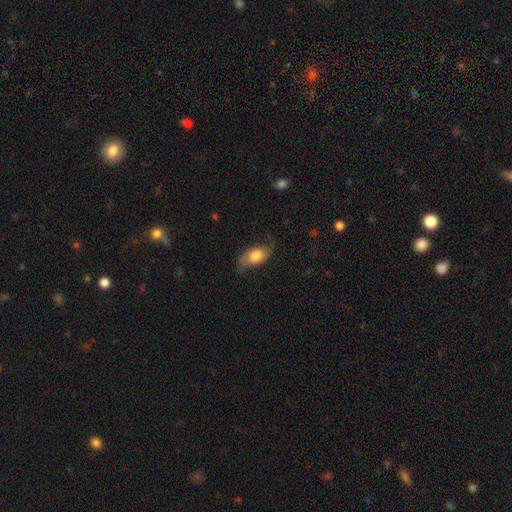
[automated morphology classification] Overall: featured or disk (48%; smooth 44%). Merging: none (64%).